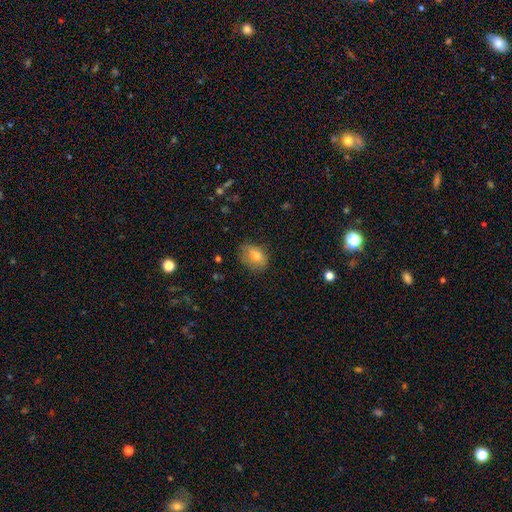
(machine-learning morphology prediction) smooth 77%, featured or disk 13%, star or artifact 10%. Down the decision tree: how rounded — in between (72%); merging — none (68%).